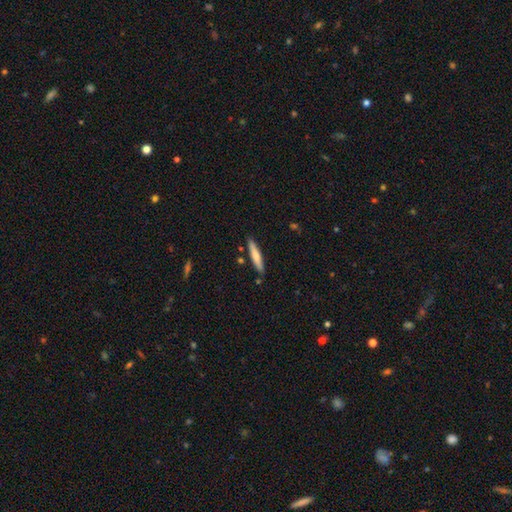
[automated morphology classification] This is likely a smooth galaxy (65%). How rounded: clearly cigar-shaped (91%). Merging: clearly none (86%).